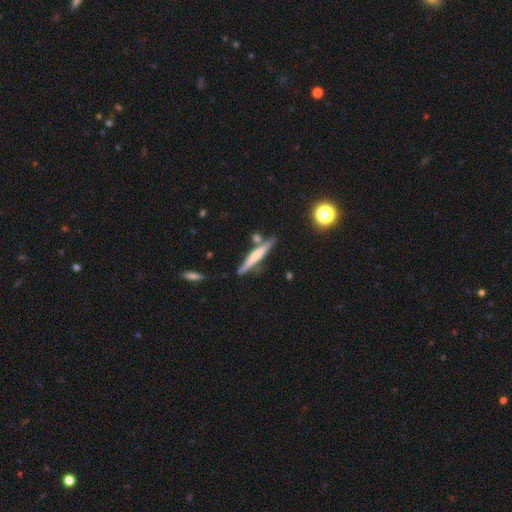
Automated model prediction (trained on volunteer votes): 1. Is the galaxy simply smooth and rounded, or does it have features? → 48% smooth, 45% featured or disk, 7% star or artifact.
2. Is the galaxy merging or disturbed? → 76% none, 12% minor disturbance, 9% merger, 3% major disturbance.